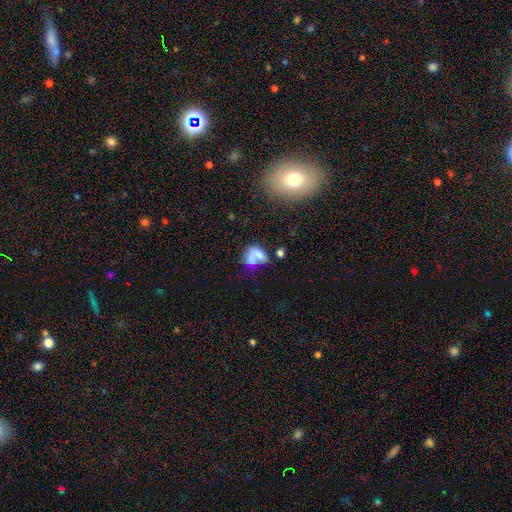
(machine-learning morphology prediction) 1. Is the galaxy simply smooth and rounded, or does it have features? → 62% smooth, 26% featured or disk, 12% star or artifact.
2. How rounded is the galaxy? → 73% in between, 24% round, 2% cigar-shaped.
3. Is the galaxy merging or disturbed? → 42% merger, 23% none, 19% major disturbance, 15% minor disturbance.